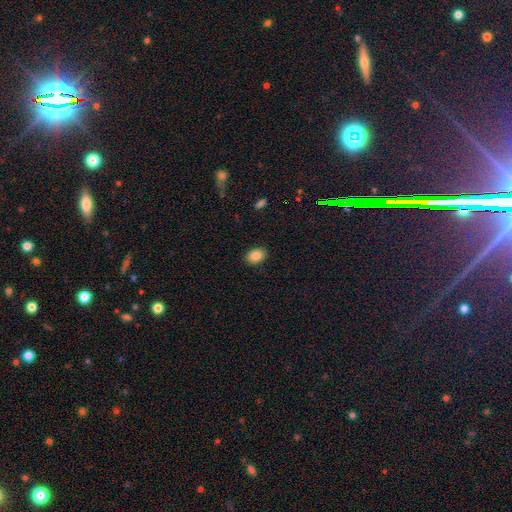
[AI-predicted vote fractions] Smooth or featured?
  - smooth: 86% *
  - star or artifact: 9%
  - featured or disk: 5%
How rounded?
  - in between: 70% *
  - round: 29%
  - cigar-shaped: 1%
Merging?
  - none: 89% *
  - minor disturbance: 8%
  - major disturbance: 2%
  - merger: 1%